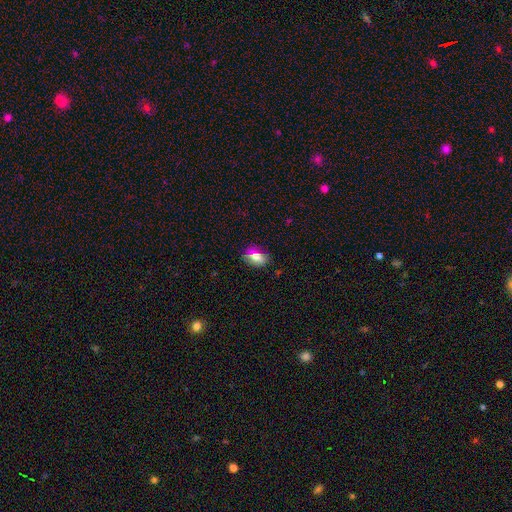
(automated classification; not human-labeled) This appears to be a smooth galaxy with no disk features (73%) that is in between round and cigar-shaped (73%). Merging: none (80%).